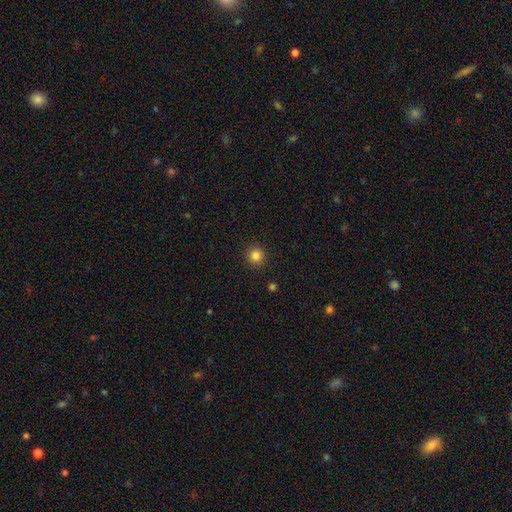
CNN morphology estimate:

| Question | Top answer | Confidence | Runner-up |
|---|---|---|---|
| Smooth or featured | smooth | 84% | star or artifact (12%) |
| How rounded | round | 94% | in between (5%) |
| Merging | none | 92% | minor disturbance (5%) |